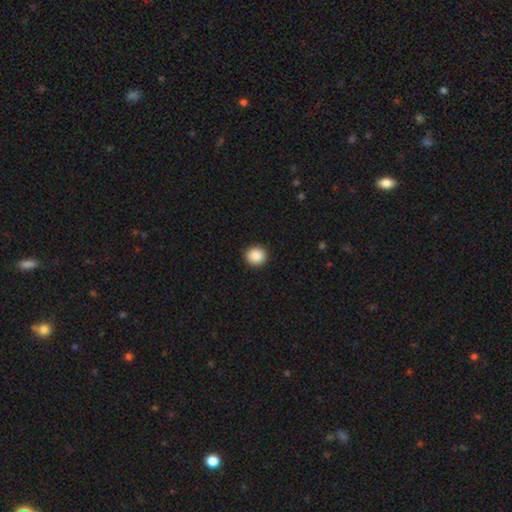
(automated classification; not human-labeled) Morphology: type=smooth (88%); roundness=round (91%); merging=none (92%).